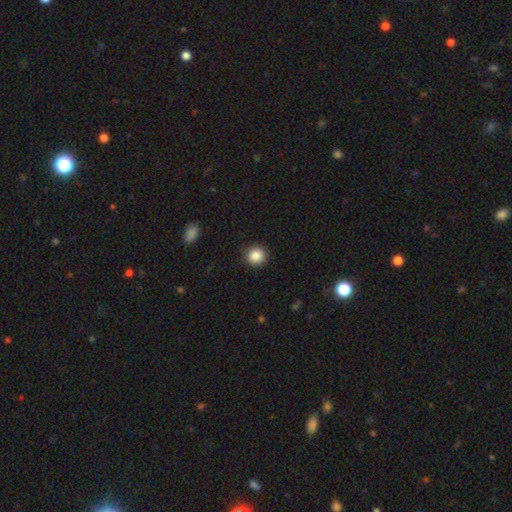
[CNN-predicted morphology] Q: Smooth or featured?
A: smooth (87%); runner-up: star or artifact (10%)
Q: How rounded?
A: round (93%); runner-up: in between (6%)
Q: Merging?
A: none (90%); runner-up: minor disturbance (7%)